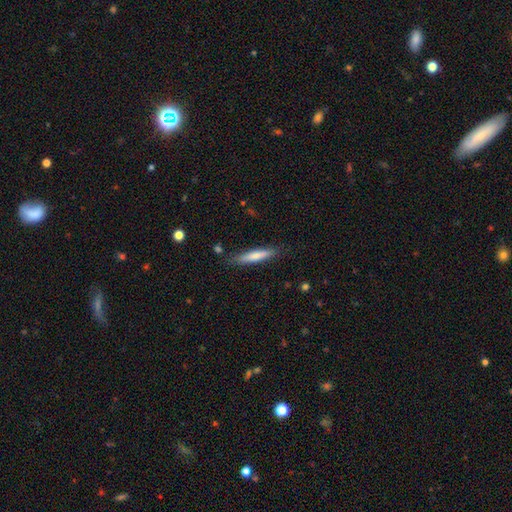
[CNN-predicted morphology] Overall: smooth (69%). How rounded: cigar-shaped (90%). Merging: none (84%).